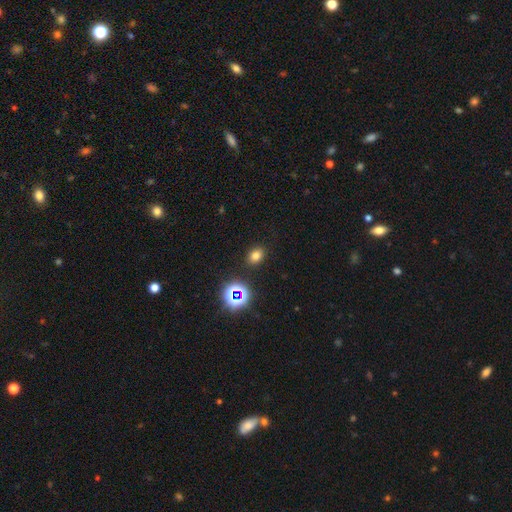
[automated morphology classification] Overall: smooth (73%). How rounded: in between (63%; round 36%). Merging: none (88%).